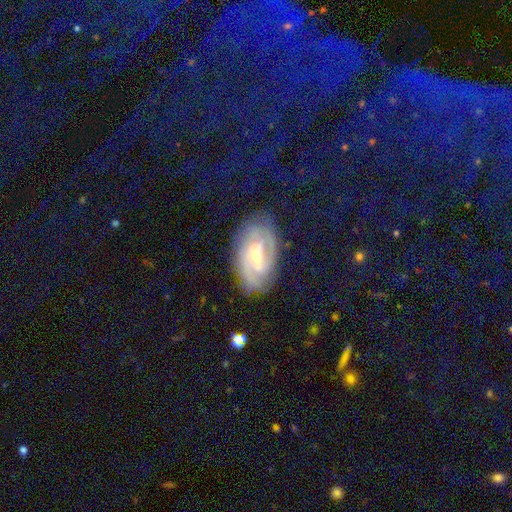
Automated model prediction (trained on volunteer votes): featured or disk 82%, smooth 11%, star or artifact 7%. Down the decision tree: edge-on disk — no (95%); bar — weak (52%); spiral arms — yes (93%); spiral arm count — 2 (52%); spiral winding — tight (51%); bulge size — moderate (51%); merging — none (76%).